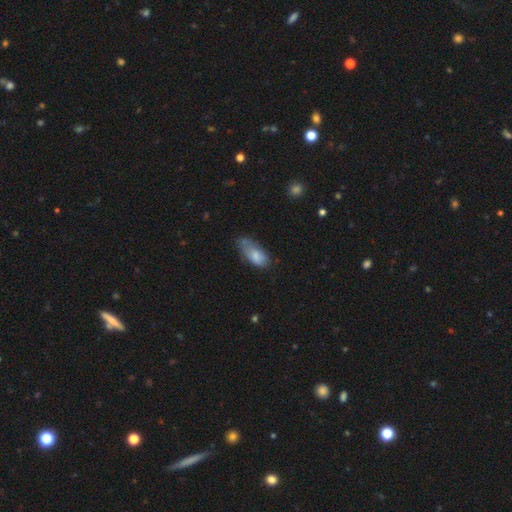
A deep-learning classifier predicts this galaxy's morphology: Overall: smooth (75%). How rounded: in between (85%). Merging: minor disturbance (41%; none 37%).